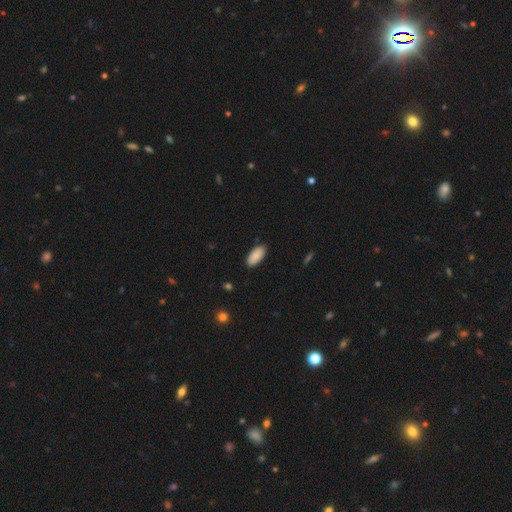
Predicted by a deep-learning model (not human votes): Smooth or featured?
  - smooth: 90% *
  - star or artifact: 6%
  - featured or disk: 4%
How rounded?
  - in between: 92% *
  - cigar-shaped: 6%
  - round: 2%
Merging?
  - none: 88% *
  - minor disturbance: 9%
  - major disturbance: 2%
  - merger: 1%